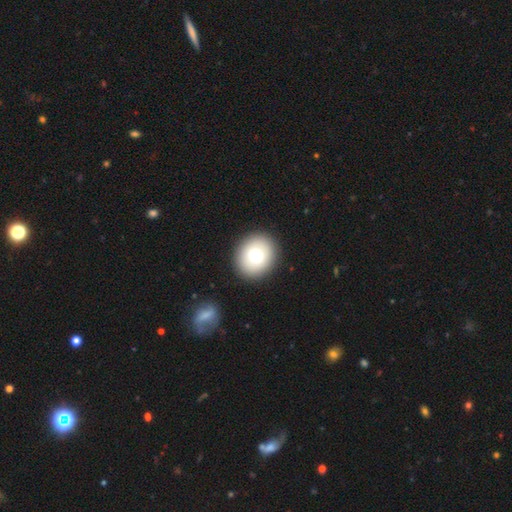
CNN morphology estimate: Smooth or featured: smooth — 73% (featured or disk — 18%)
How rounded: round — 76% (in between — 23%)
Merging: none — 90% (minor disturbance — 6%)